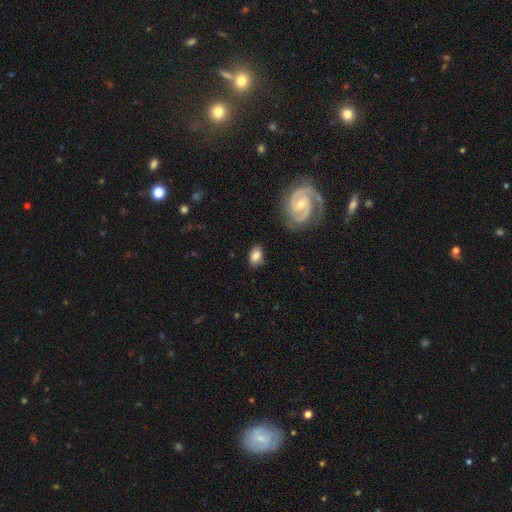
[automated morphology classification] A smooth galaxy with no disk features (73%) that is in between round and cigar-shaped (84%).

Vote fractions:
- Smooth or featured? smooth: 73% / featured or disk: 19% / star or artifact: 8%
- How rounded? in between: 84% / round: 14% / cigar-shaped: 2%
- Merging? none: 76% / minor disturbance: 17% / major disturbance: 5% / merger: 2%